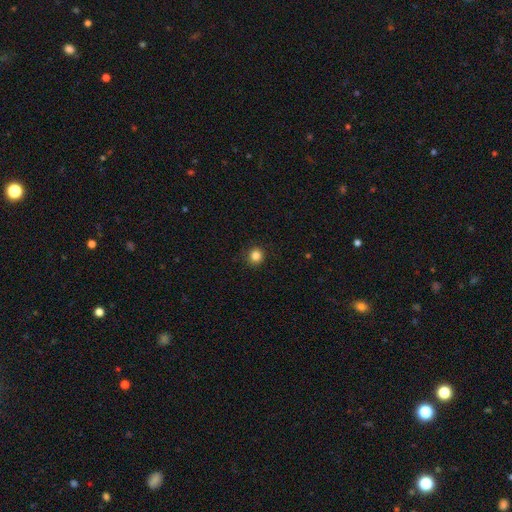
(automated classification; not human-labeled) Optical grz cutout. It shows a smooth galaxy with no disk features (85%) that is round (94%). Merging: none (91%).